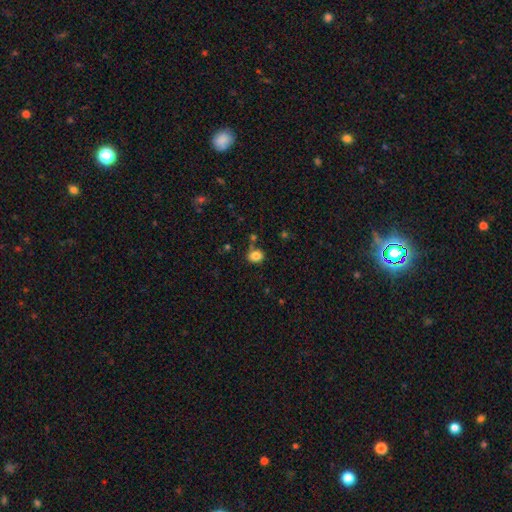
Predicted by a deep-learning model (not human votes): This is clearly a smooth galaxy (83%). How rounded: possibly in between (50%). Merging: likely none (74%).